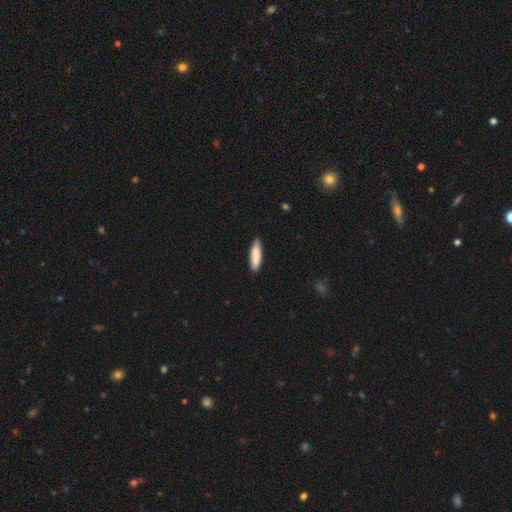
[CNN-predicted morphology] A smooth galaxy with no disk features (85%) that is cigar-shaped (72%).

Vote fractions:
- Smooth or featured? smooth: 85% / featured or disk: 9% / star or artifact: 6%
- How rounded? cigar-shaped: 72% / in between: 27% / round: 1%
- Merging? none: 86% / minor disturbance: 11% / major disturbance: 2% / merger: 1%